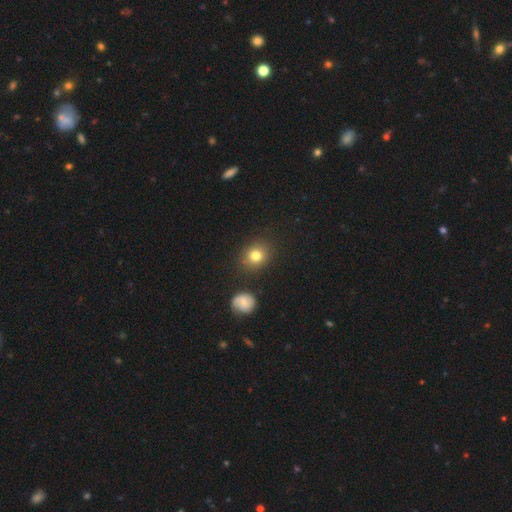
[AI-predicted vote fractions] Smooth or featured? Predicted: smooth (p=0.79). How rounded? Predicted: round (p=0.73). Merging? Predicted: none (p=0.83).